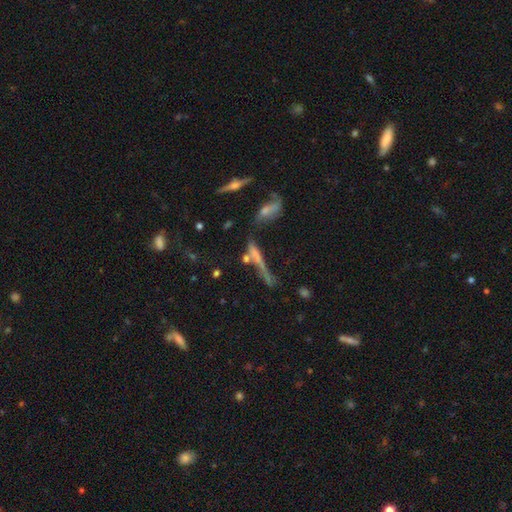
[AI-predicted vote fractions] Smooth or featured? Predicted: smooth (p=0.45). Merging? Predicted: none (p=0.36).